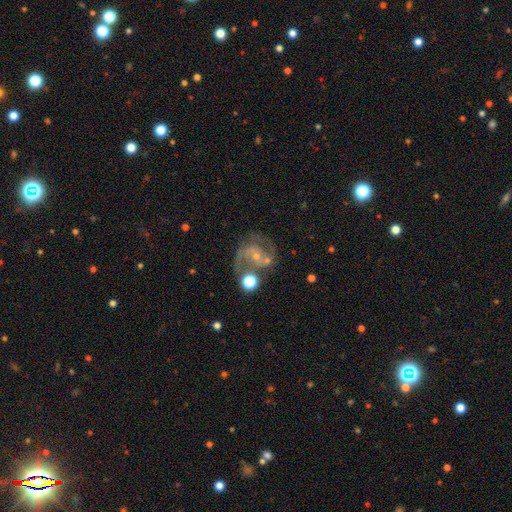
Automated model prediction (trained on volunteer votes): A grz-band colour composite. It shows a featured or disk galaxy (83%) with no bar (46%), 2 (84%) medium (55%) spiral arms (95%) and a small central bulge (69%). Merging: none (56%).